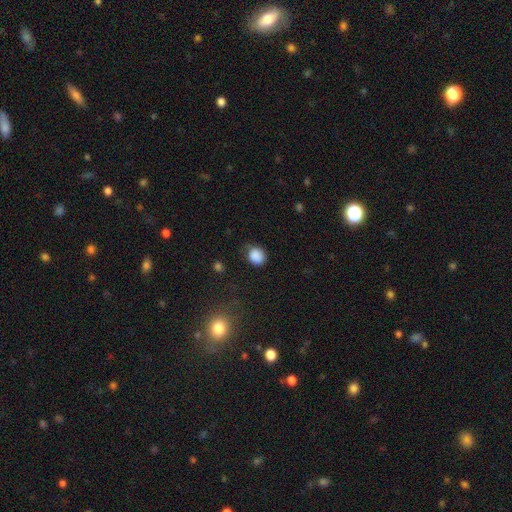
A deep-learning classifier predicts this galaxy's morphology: Smooth or featured?
  - smooth: 87% *
  - star or artifact: 10%
  - featured or disk: 4%
How rounded?
  - round: 72% *
  - in between: 27%
  - cigar-shaped: 1%
Merging?
  - none: 67% *
  - minor disturbance: 24%
  - major disturbance: 7%
  - merger: 2%